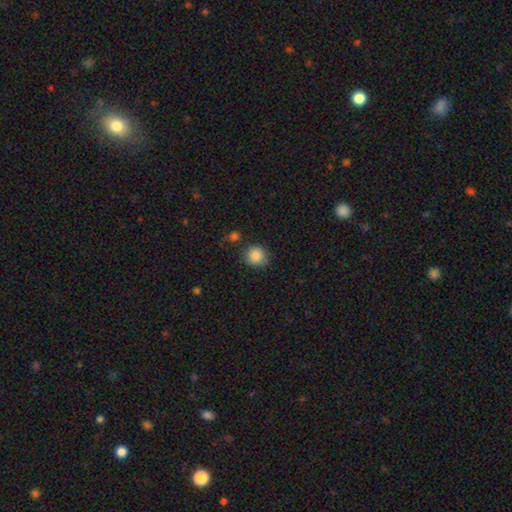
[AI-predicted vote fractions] smooth-or-featured: smooth: 87% | star or artifact: 9% | featured or disk: 4%
  how-rounded: round: 87% | in between: 13% | cigar-shaped: 1%
  merging: none: 77% | minor disturbance: 15% | major disturbance: 4% | merger: 4%